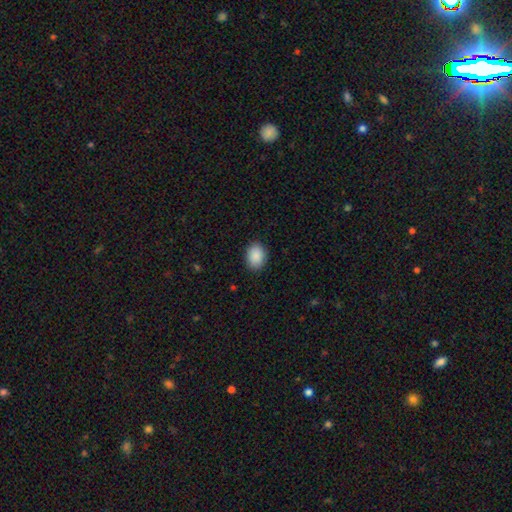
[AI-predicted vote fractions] Smooth or featured? Predicted: smooth (p=0.90). How rounded? Predicted: in between (p=0.72). Merging? Predicted: none (p=0.89).